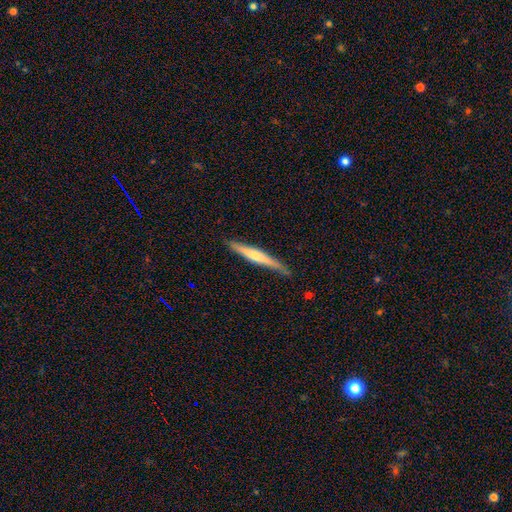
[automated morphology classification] Smooth or featured?
  - featured or disk: 58% *
  - smooth: 37%
  - star or artifact: 5%
Edge-on disk?
  - yes: 96% *
  - no: 4%
Edge-on bulge?
  - rounded: 68% *
  - none: 25%
  - boxy: 6%
Merging?
  - none: 85% *
  - minor disturbance: 12%
  - major disturbance: 2%
  - merger: 1%